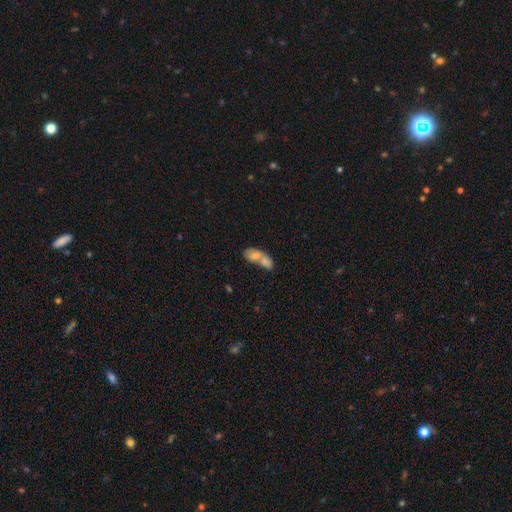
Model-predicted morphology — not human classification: Smooth or featured: smooth — 66% (featured or disk — 26%)
How rounded: in between — 80% (round — 13%)
Merging: merger — 73% (none — 16%)